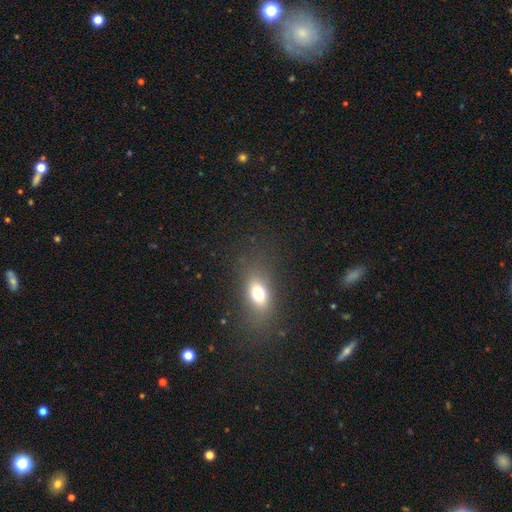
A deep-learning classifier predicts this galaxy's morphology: Smooth or featured? Predicted: smooth (p=0.60). How rounded? Predicted: in between (p=0.72). Merging? Predicted: none (p=0.84).